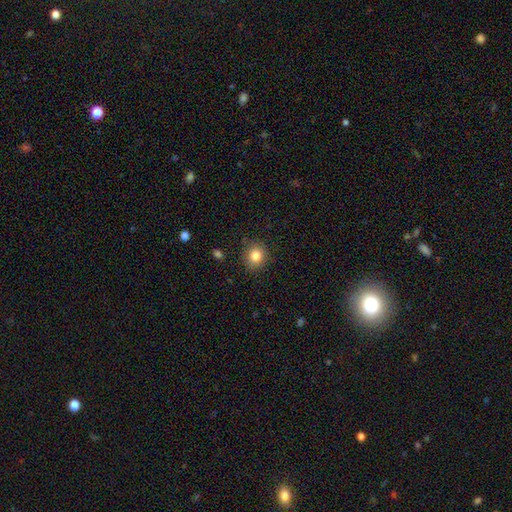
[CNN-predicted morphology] smooth 83%, star or artifact 10%, featured or disk 7%. Down the decision tree: how rounded — round (79%); merging — none (86%).